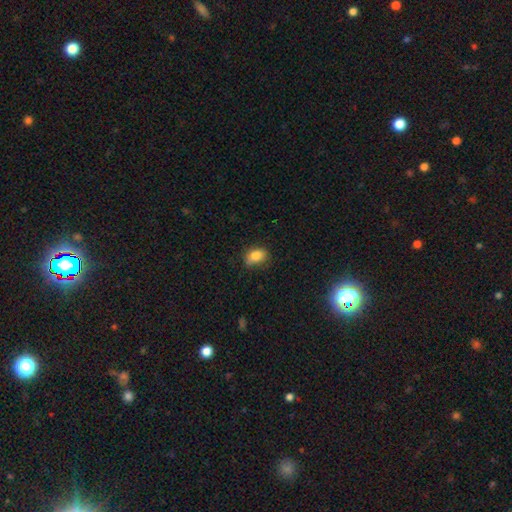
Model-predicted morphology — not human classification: This appears to be a smooth galaxy with no disk features (83%) that is in between round and cigar-shaped (74%). Merging: none (63%).